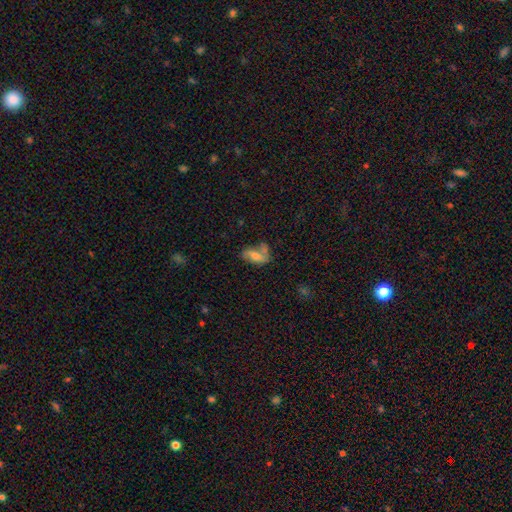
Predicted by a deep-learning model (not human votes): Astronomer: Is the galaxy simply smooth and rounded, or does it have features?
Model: smooth — 47% (runner-up: featured or disk, 43%).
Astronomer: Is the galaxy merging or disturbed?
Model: none — 40% (runner-up: minor disturbance, 23%).